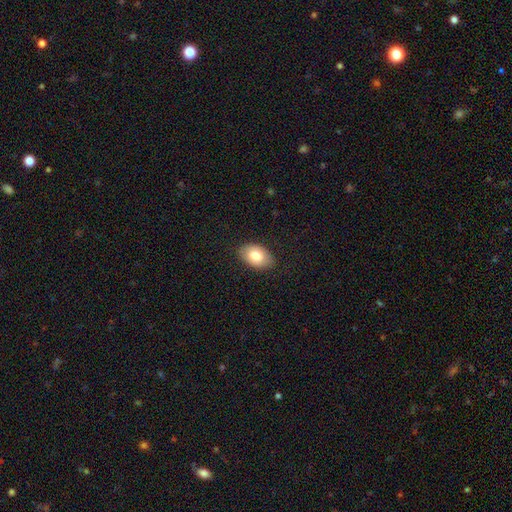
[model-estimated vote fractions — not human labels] Morphology: type=smooth (80%); roundness=in between (89%); merging=none (86%).